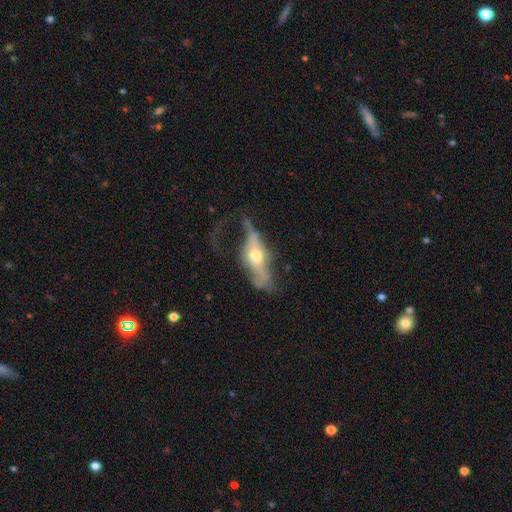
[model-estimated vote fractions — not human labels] Overall: featured or disk (70%). Edge-on disk: yes (56%; no 44%). Merging: major disturbance (41%; none 33%).